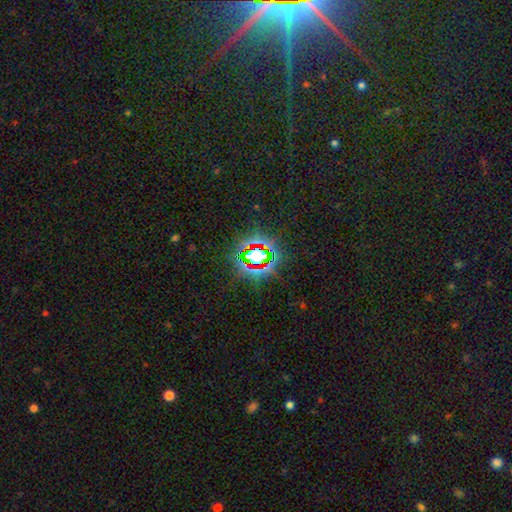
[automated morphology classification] The model was most divided on "smooth or featured": star or artifact: 72%, smooth: 17%, featured or disk: 11%.